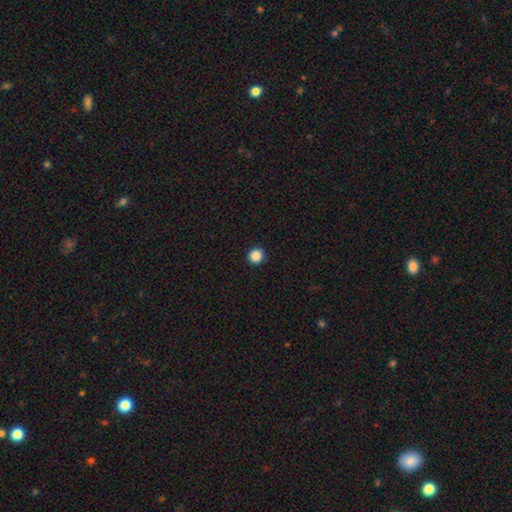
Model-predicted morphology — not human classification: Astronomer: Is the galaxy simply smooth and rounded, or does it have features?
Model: smooth — 88%.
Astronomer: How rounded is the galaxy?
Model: round — 94%.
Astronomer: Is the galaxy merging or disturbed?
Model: none — 93%.